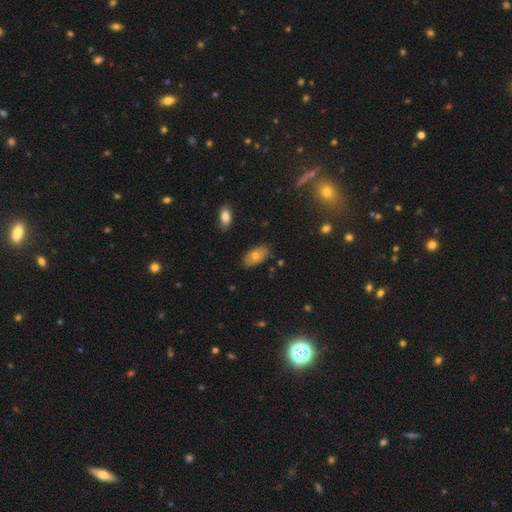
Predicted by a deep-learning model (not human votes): Smooth or featured: smooth — 74% (featured or disk — 16%)
How rounded: in between — 92% (round — 4%)
Merging: none — 83% (minor disturbance — 12%)